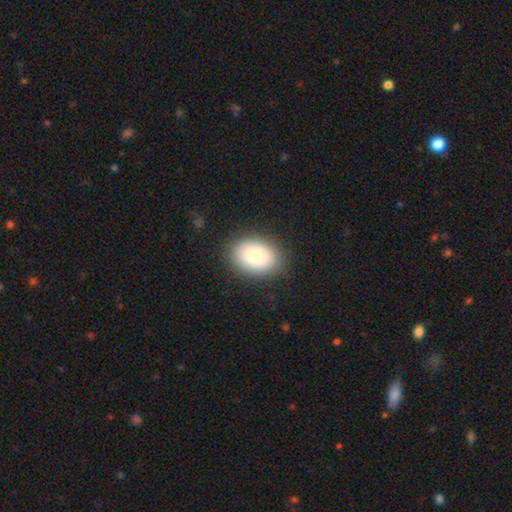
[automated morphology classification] A smooth galaxy with no disk features (77%) that is in between round and cigar-shaped (69%).

Vote fractions:
- Smooth or featured? smooth: 77% / featured or disk: 14% / star or artifact: 9%
- How rounded? in between: 69% / round: 30% / cigar-shaped: 1%
- Merging? none: 86% / minor disturbance: 10% / major disturbance: 3% / merger: 1%